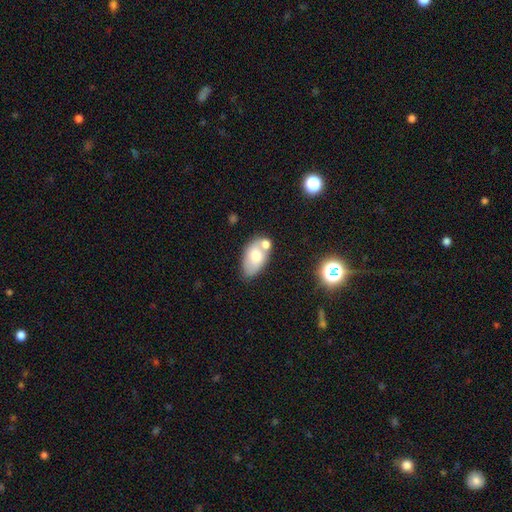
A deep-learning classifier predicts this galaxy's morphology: Smooth or featured?
  - smooth: 67% *
  - featured or disk: 25%
  - star or artifact: 8%
How rounded?
  - in between: 93% *
  - round: 5%
  - cigar-shaped: 2%
Merging?
  - none: 48% *
  - merger: 26%
  - minor disturbance: 19%
  - major disturbance: 6%